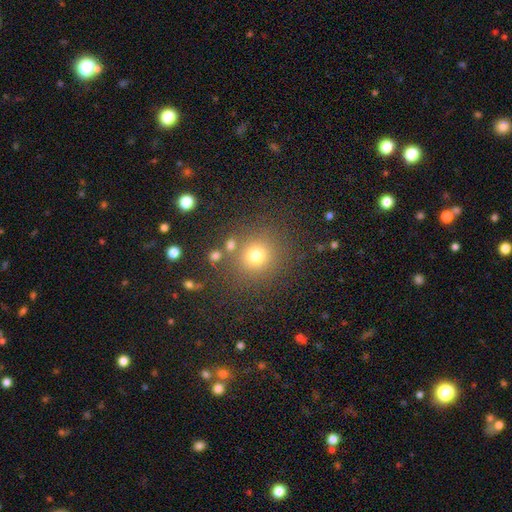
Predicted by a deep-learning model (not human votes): This is likely a smooth galaxy (73%). How rounded: clearly round (90%). Merging: likely none (80%).